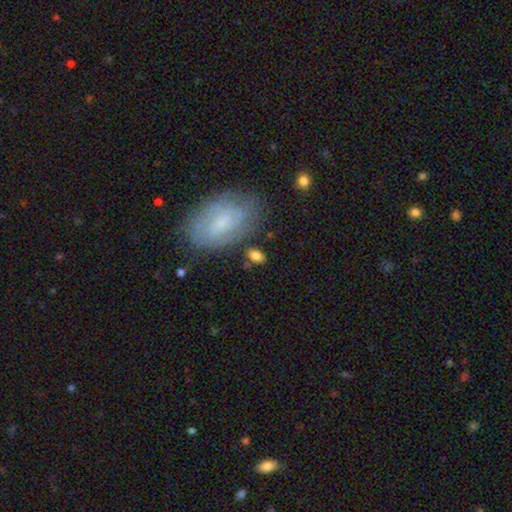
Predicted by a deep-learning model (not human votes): smooth 79%, featured or disk 14%, star or artifact 7%. Down the decision tree: how rounded — in between (84%); merging — none (73%).